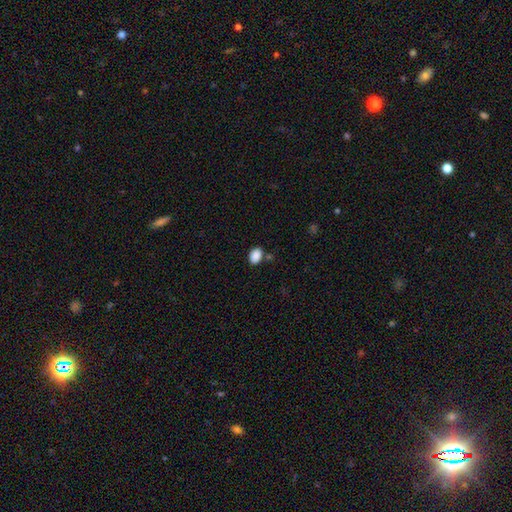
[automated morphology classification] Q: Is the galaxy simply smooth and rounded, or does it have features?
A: smooth — 88%.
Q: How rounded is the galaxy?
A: in between — 76%.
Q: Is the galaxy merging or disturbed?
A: none — 75%.